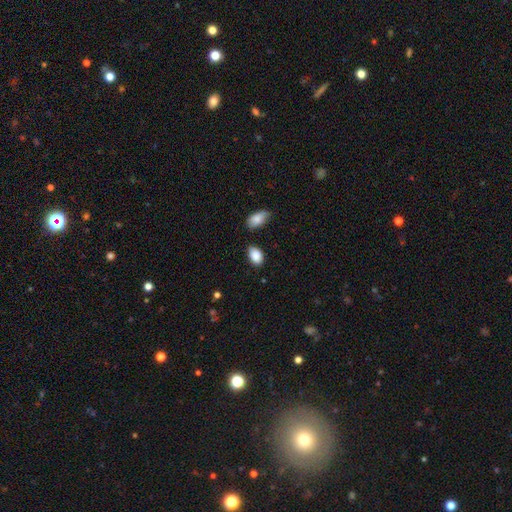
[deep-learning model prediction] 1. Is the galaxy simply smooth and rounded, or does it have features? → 88% smooth, 7% star or artifact, 5% featured or disk.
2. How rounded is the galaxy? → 89% in between, 9% round, 1% cigar-shaped.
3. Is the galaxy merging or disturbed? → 74% none, 19% minor disturbance, 4% merger, 3% major disturbance.